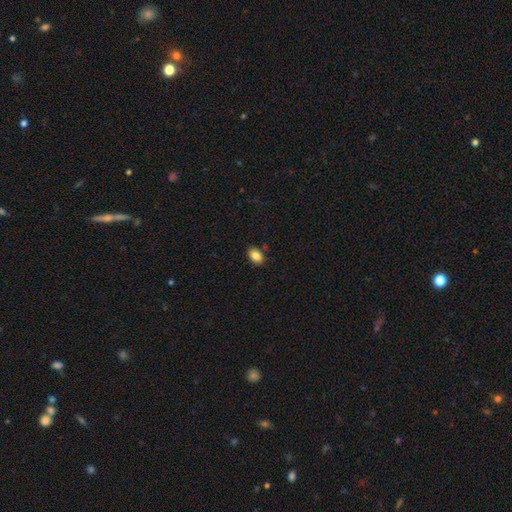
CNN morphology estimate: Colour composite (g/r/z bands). It shows a smooth galaxy with no disk features (85%) that is in between round and cigar-shaped (81%). Merging: none (84%).